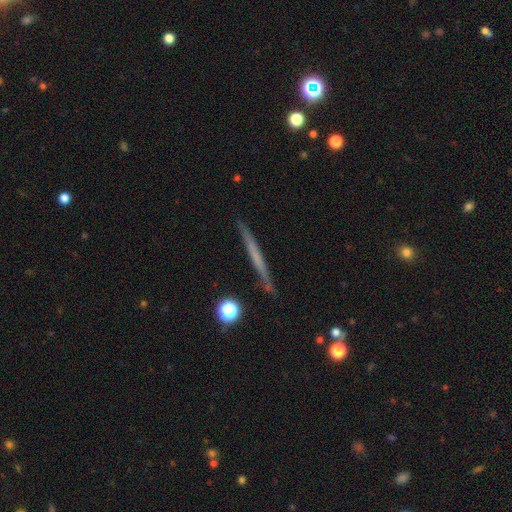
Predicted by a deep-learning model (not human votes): Smooth or featured? featured or disk (51%)
Edge-on disk? yes (97%)
Merging? none (90%)